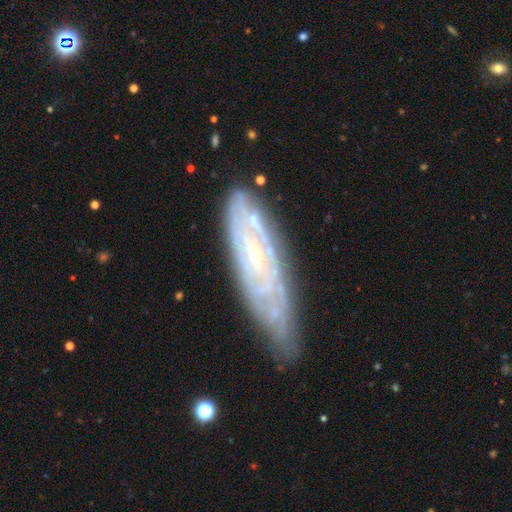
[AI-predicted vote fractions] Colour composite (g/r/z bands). It shows a featured or disk galaxy (81%) with no bar (52%), tight (74%) spiral arms (91%) and a small central bulge (77%). Merging: none (63%).